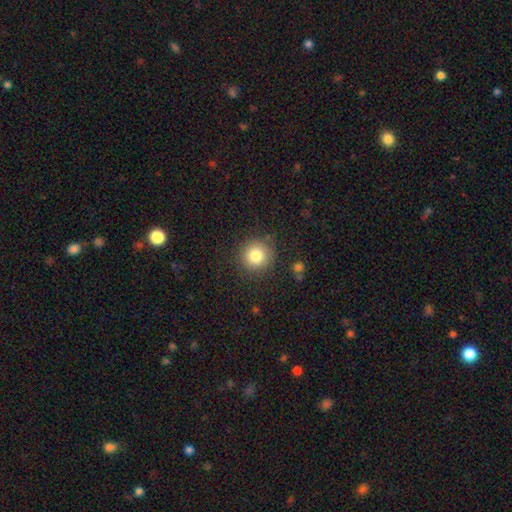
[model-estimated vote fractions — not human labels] Smooth or featured? Predicted: smooth (p=0.82). How rounded? Predicted: round (p=0.93). Merging? Predicted: none (p=0.86).